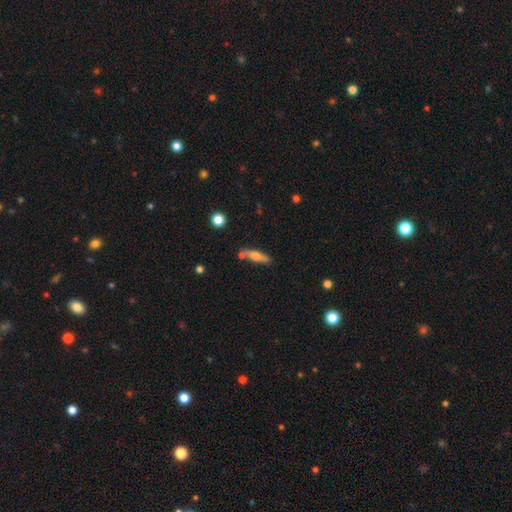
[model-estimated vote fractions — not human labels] smooth_or_featured: smooth (p=0.54) [alt: featured or disk p=0.39]
how_rounded: cigar-shaped (p=0.67) [alt: in between p=0.30]
merging: none (p=0.70) [alt: minor disturbance p=0.14]